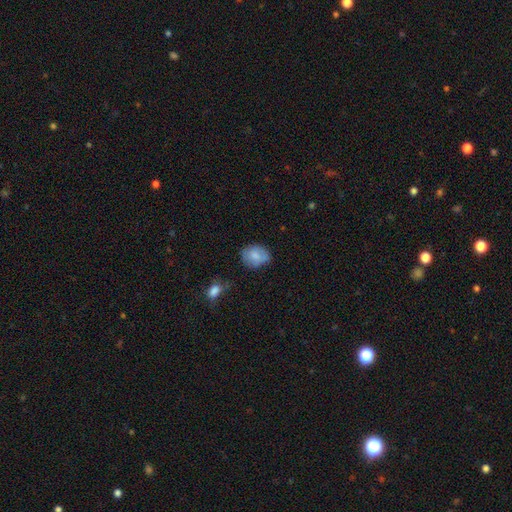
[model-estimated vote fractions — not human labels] A smooth galaxy with no disk features (77%) that is in between round and cigar-shaped (50%). Merging: none (61%).